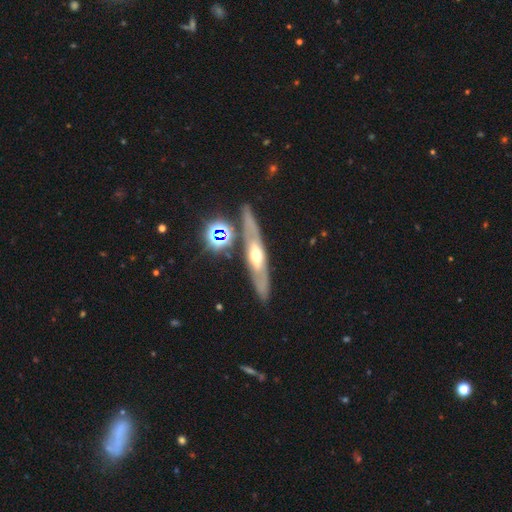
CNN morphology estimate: Q: Smooth or featured?
A: featured or disk (64%); runner-up: smooth (26%)
Q: Edge-on disk?
A: yes (62%); runner-up: no (38%)
Q: Merging?
A: none (80%); runner-up: minor disturbance (11%)